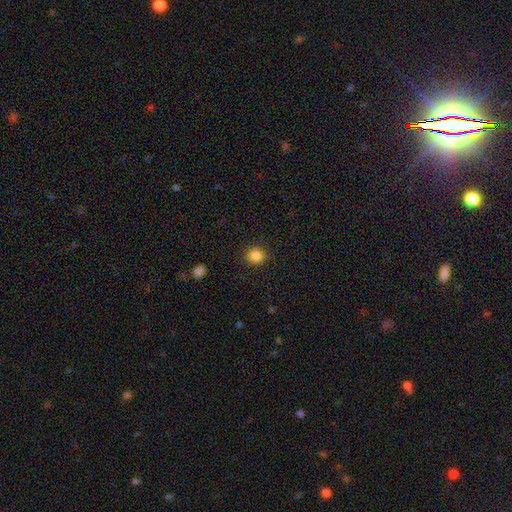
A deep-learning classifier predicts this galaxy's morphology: This appears to be a smooth galaxy with no disk features (85%) that is round (75%). Merging: none (90%).